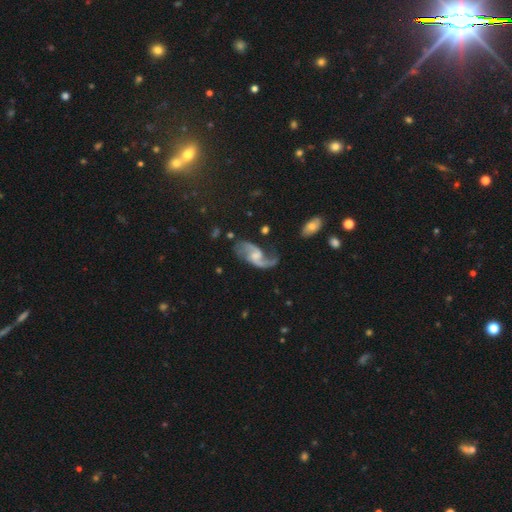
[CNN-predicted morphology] smooth-or-featured: featured or disk: 89% | smooth: 6% | star or artifact: 5%
  disk-edge-on: no: 97% | yes: 3%
    bar: weak: 48% | no: 43% | strong: 9%
    has-spiral-arms: yes: 96% | no: 4%
      spiral-winding: loose: 66% | medium: 28% | tight: 6%
      spiral-arm-count: 2: 90% | 1: 5% | can't tell: 2% | 3: 1% | 4: 1% | more than 4: 1%
    bulge-size: small: 38% | moderate: 34% | none: 21% | large: 6% | dominant: 1%
  merging: none: 60% | minor disturbance: 20% | major disturbance: 16% | merger: 4%